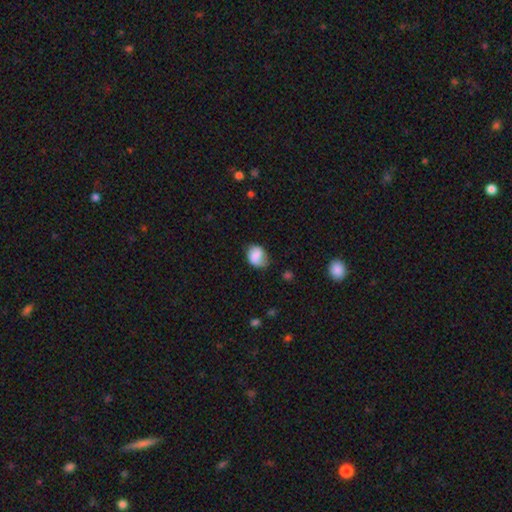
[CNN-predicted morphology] Q: Smooth or featured?
A: smooth (75%); runner-up: featured or disk (17%)
Q: How rounded?
A: in between (55%); runner-up: round (44%)
Q: Merging?
A: none (48%); runner-up: minor disturbance (36%)